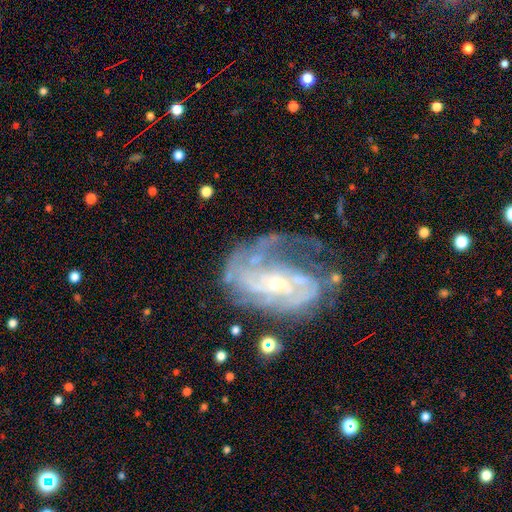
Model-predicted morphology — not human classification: The model was most divided on "spiral arm count": 2: 33%, can't tell: 30%, 3: 16%, 1: 9%, 4: 7%, more than 4: 5%. Remaining: edge-on disk — no (96%); spiral arms — yes (92%); smooth or featured — featured or disk (85%); bulge size — small (69%); merging — none (48%); bar — no (44%); spiral winding — tight (44%).